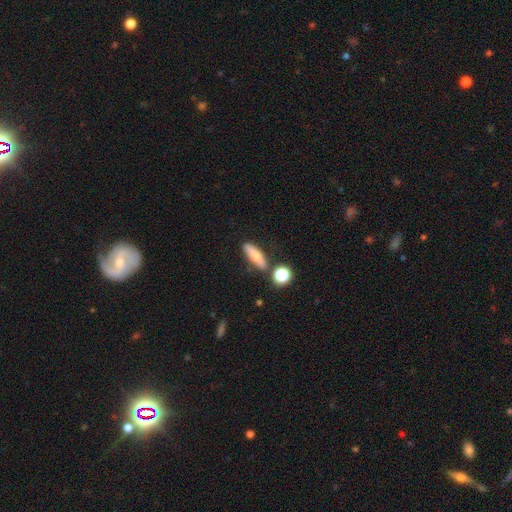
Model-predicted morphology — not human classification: Smooth or featured? Predicted: smooth (p=0.69). How rounded? Predicted: cigar-shaped (p=0.58). Merging? Predicted: none (p=0.76).